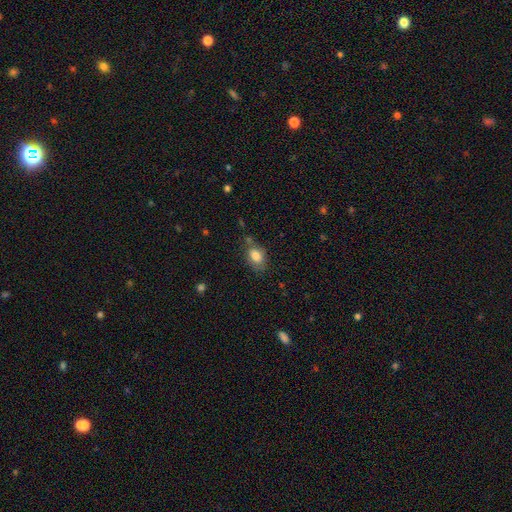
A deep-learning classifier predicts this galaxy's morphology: type=smooth (82%); roundness=in between (80%); merging=none (61%).